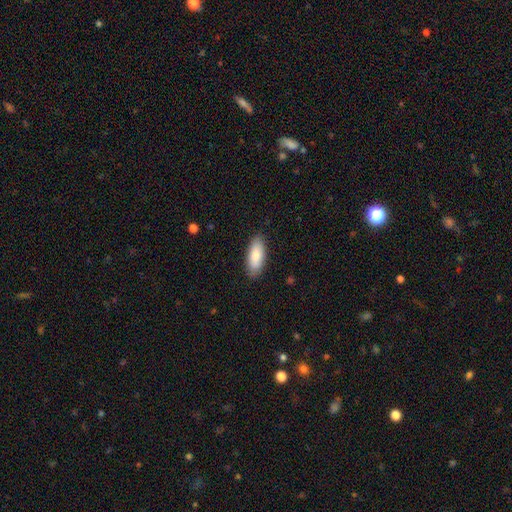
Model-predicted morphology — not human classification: Smooth or featured?
  - smooth: 82% *
  - featured or disk: 12%
  - star or artifact: 6%
How rounded?
  - in between: 81% *
  - cigar-shaped: 17%
  - round: 2%
Merging?
  - none: 86% *
  - minor disturbance: 11%
  - major disturbance: 2%
  - merger: 1%